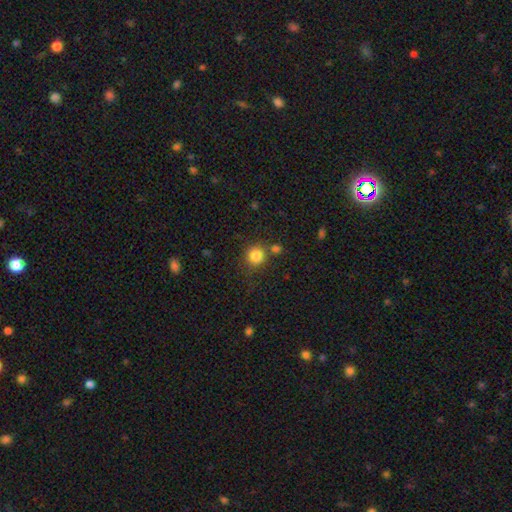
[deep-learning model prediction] A smooth galaxy with no disk features (84%) that is round (91%). Merging: none (71%).